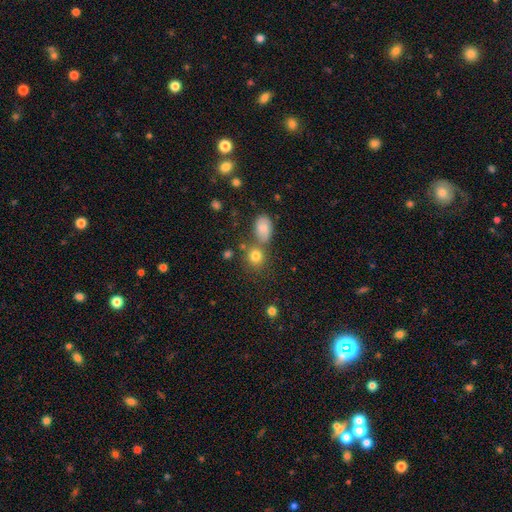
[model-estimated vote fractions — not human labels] smooth-or-featured: smooth: 80% | star or artifact: 12% | featured or disk: 8%
  how-rounded: round: 74% | in between: 25% | cigar-shaped: 1%
  merging: none: 60% | merger: 25% | minor disturbance: 11% | major disturbance: 5%